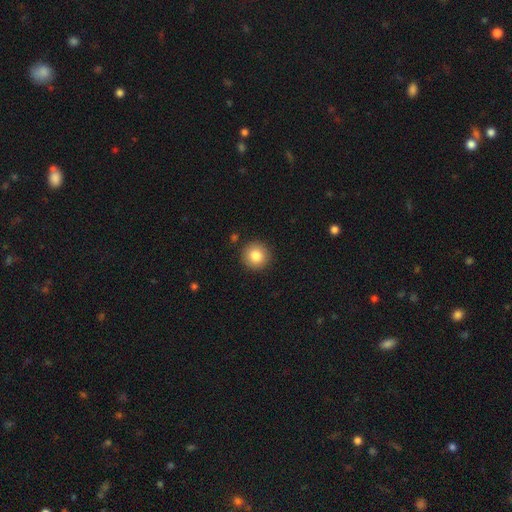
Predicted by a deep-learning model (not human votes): Smooth or featured? Predicted: smooth (p=0.84). How rounded? Predicted: round (p=0.94). Merging? Predicted: none (p=0.91).